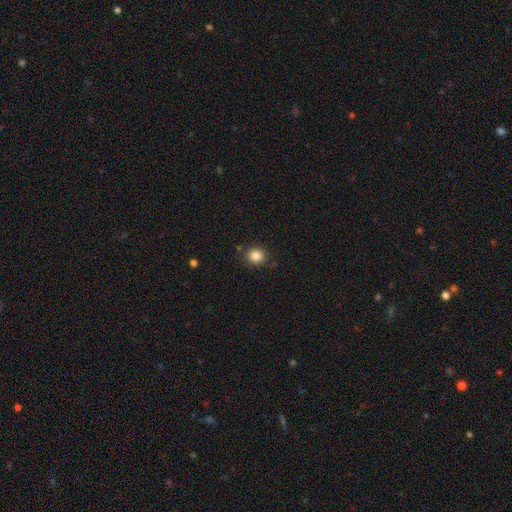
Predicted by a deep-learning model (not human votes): Overall: smooth (86%). How rounded: round (82%). Merging: none (84%).